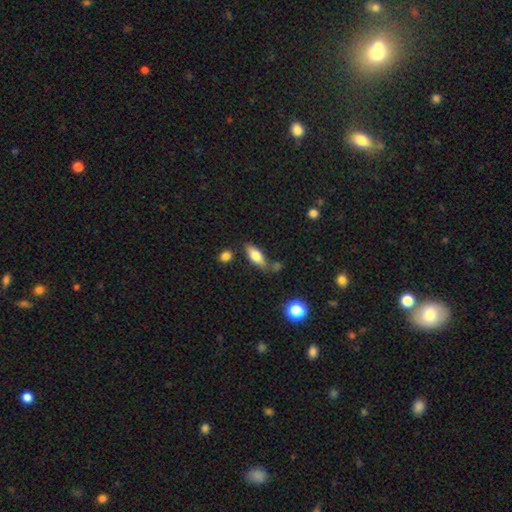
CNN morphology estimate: A smooth galaxy with no disk features (72%) that is in between round and cigar-shaped (70%).

Vote fractions:
- Smooth or featured? smooth: 72% / featured or disk: 21% / star or artifact: 7%
- How rounded? in between: 70% / cigar-shaped: 27% / round: 3%
- Merging? none: 69% / minor disturbance: 17% / merger: 9% / major disturbance: 5%